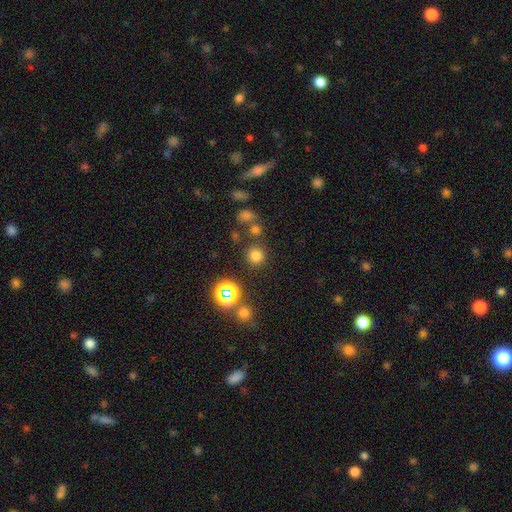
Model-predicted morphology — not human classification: This is likely a smooth galaxy (73%). How rounded: clearly round (92%). Merging: likely none (79%).